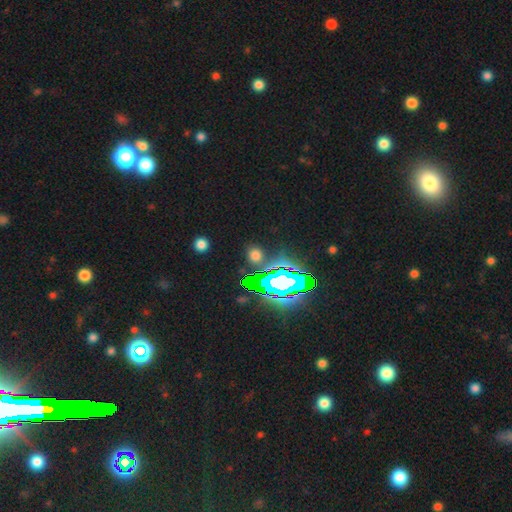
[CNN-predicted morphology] This is possibly a smooth galaxy (52%). How rounded: likely round (79%). Merging: clearly none (84%).